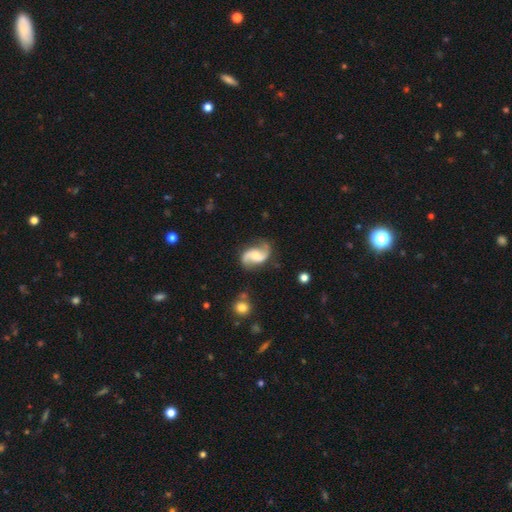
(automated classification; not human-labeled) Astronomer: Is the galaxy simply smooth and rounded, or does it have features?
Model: featured or disk — 88%.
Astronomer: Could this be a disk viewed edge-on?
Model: no — 98%.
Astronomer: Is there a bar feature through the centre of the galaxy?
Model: no — 53% (runner-up: weak, 36%).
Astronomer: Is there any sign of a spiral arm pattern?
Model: yes — 97%.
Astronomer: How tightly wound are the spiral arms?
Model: loose — 62%.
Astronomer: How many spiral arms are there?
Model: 2 — 94%.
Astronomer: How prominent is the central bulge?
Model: moderate — 61%.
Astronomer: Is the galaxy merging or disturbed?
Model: none — 79%.